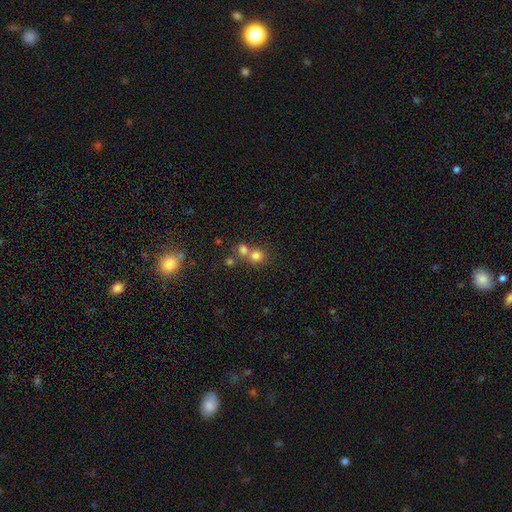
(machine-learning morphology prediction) Overall: smooth (75%). How rounded: round (85%). Merging: merger (46%; none 45%).